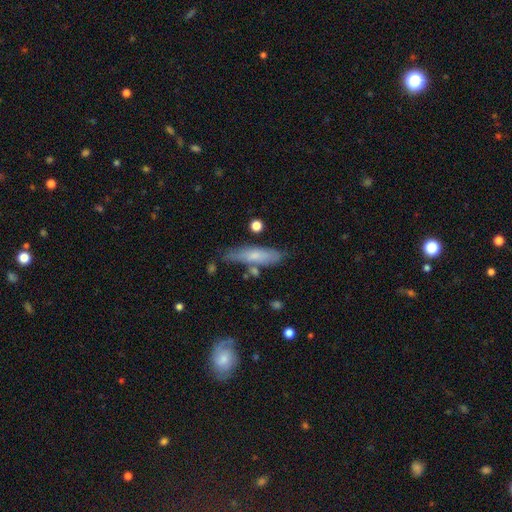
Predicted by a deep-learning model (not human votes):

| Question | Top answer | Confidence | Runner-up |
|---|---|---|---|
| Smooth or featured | smooth | 64% | featured or disk (30%) |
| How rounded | cigar-shaped | 69% | in between (28%) |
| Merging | none | 69% | minor disturbance (20%) |